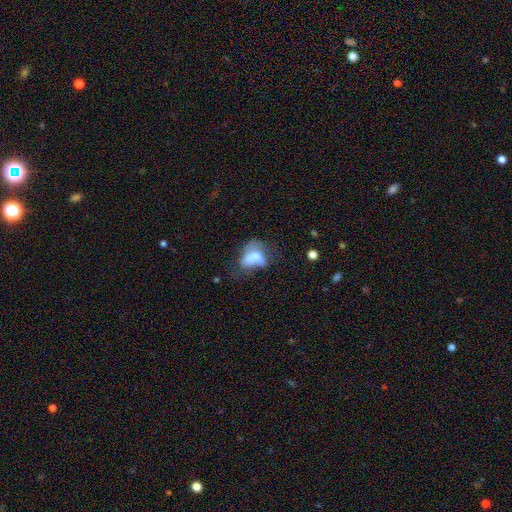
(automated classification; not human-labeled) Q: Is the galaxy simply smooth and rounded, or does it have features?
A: smooth — 52%.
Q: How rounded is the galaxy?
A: in between — 81%.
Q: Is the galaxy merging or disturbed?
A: major disturbance — 33%.